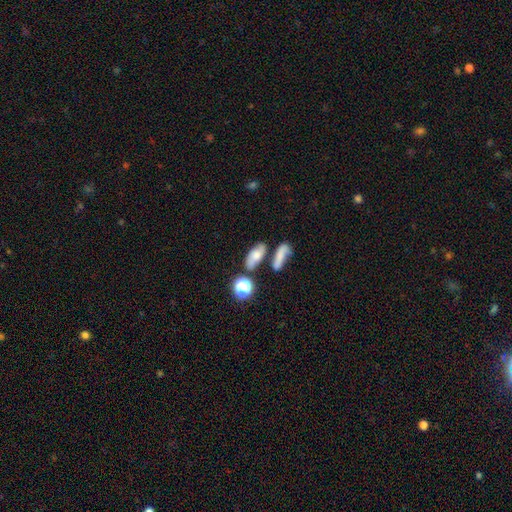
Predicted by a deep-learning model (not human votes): smooth-or-featured: smooth: 57% | featured or disk: 30% | star or artifact: 13%
  how-rounded: in between: 69% | cigar-shaped: 18% | round: 13%
  merging: none: 56% | merger: 21% | minor disturbance: 16% | major disturbance: 7%